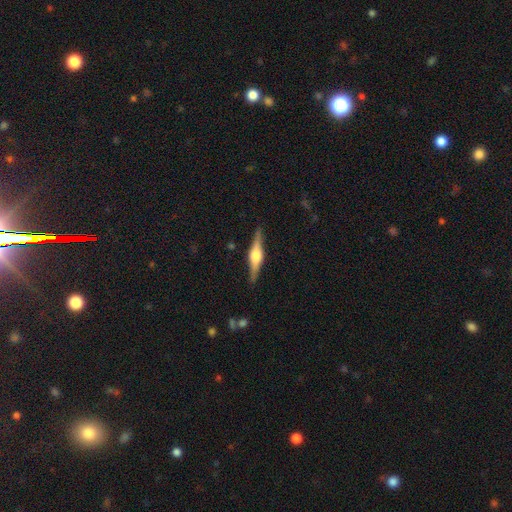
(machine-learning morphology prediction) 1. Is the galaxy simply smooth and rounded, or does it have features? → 77% featured or disk, 17% smooth, 5% star or artifact.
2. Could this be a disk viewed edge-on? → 98% yes, 2% no.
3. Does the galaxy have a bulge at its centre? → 89% rounded, 9% boxy, 2% none.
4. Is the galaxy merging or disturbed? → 89% none, 8% minor disturbance, 2% major disturbance, 1% merger.